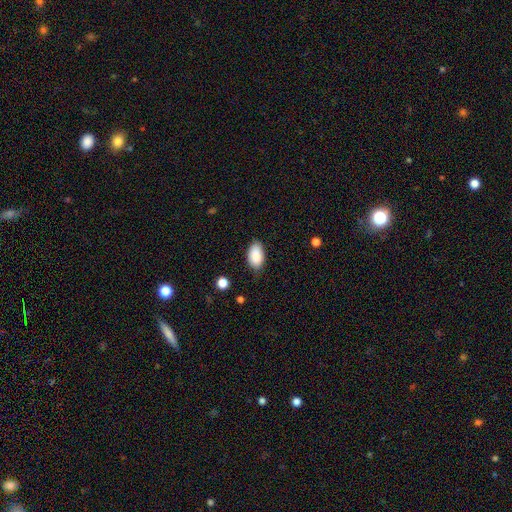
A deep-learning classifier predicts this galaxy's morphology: Q: Smooth or featured?
A: smooth (89%); runner-up: star or artifact (7%)
Q: How rounded?
A: in between (94%); runner-up: round (4%)
Q: Merging?
A: none (76%); runner-up: minor disturbance (19%)